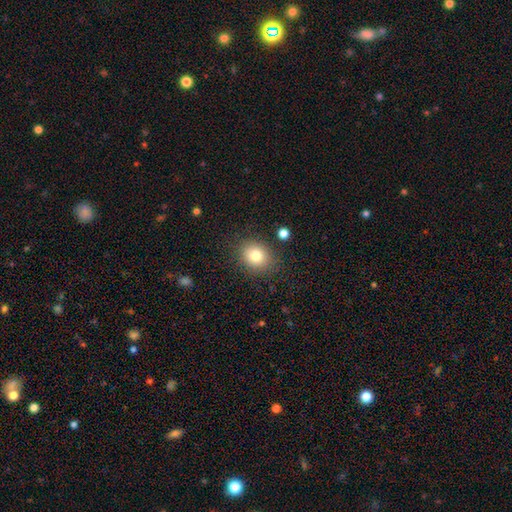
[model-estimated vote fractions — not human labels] A smooth galaxy with no disk features (79%) that is round (67%).

Vote fractions:
- Smooth or featured? smooth: 79% / star or artifact: 12% / featured or disk: 9%
- How rounded? round: 67% / in between: 32% / cigar-shaped: 1%
- Merging? none: 85% / minor disturbance: 9% / major disturbance: 3% / merger: 2%